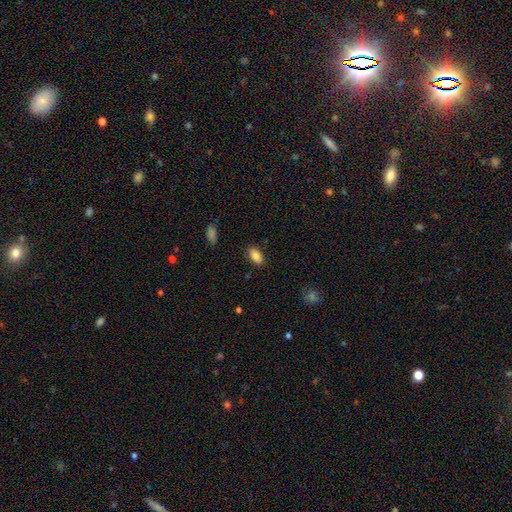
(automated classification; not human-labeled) smooth-or-featured: smooth: 85% | star or artifact: 8% | featured or disk: 7%
  how-rounded: in between: 93% | cigar-shaped: 4% | round: 4%
  merging: none: 86% | minor disturbance: 11% | major disturbance: 3% | merger: 1%